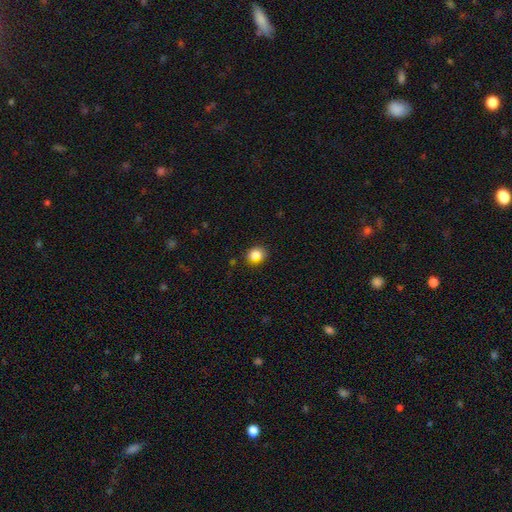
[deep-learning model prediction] The model was most divided on "how rounded": round: 65%, in between: 34%, cigar-shaped: 1%. More confident: smooth or featured — smooth (81%); merging — none (76%).